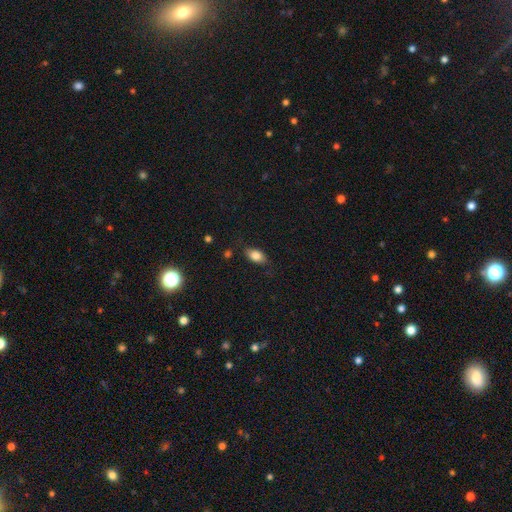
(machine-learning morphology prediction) This appears to be a smooth galaxy with no disk features (82%) that is in between round and cigar-shaped (89%). Merging: none (77%).